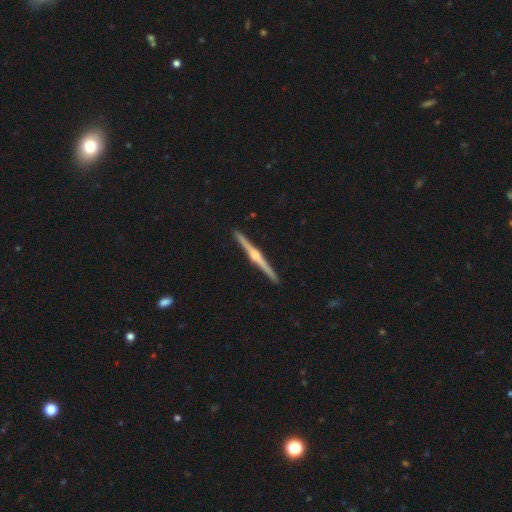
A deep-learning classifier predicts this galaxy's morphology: A featured or disk galaxy (84%) viewed edge-on (99%) with a rounded central bulge (88%).

Vote fractions:
- Smooth or featured? featured or disk: 84% / smooth: 12% / star or artifact: 5%
- Edge-on disk? yes: 99% / no: 1%
- Edge-on bulge? rounded: 88% / boxy: 6% / none: 5%
- Merging? none: 93% / minor disturbance: 5% / major disturbance: 1% / merger: 1%